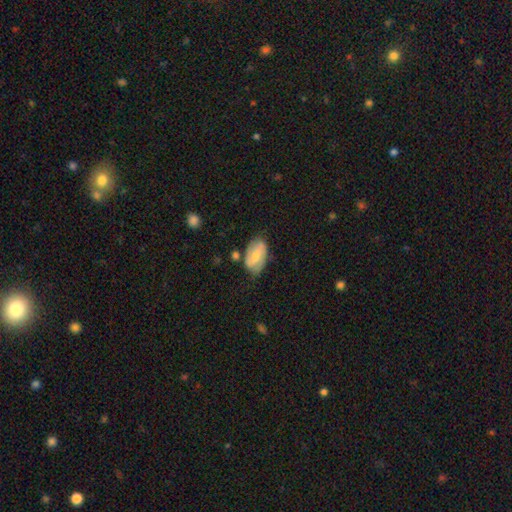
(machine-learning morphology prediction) This appears to be a smooth galaxy with no disk features (49%). Merging: none (63%).